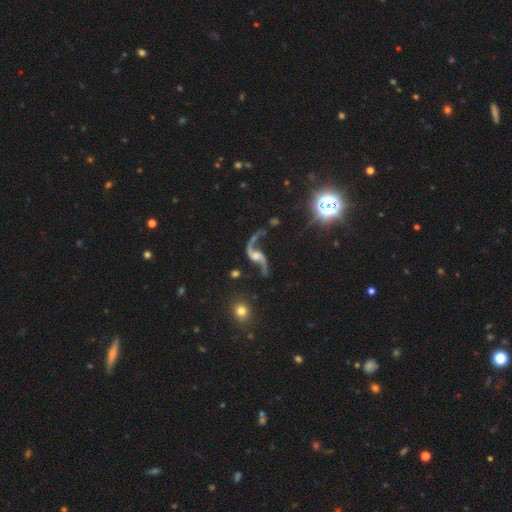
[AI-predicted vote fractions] Smooth or featured: featured or disk — 90% (star or artifact — 6%)
Edge-on disk: no — 96% (yes — 4%)
Bar: no — 55% (weak — 33%)
Spiral arms: yes — 97% (no — 3%)
Spiral winding: loose — 92% (medium — 7%)
Spiral arm count: 2 — 94% (1 — 2%)
Bulge size: moderate — 35% (small — 31%)
Merging: none — 71% (minor disturbance — 14%)